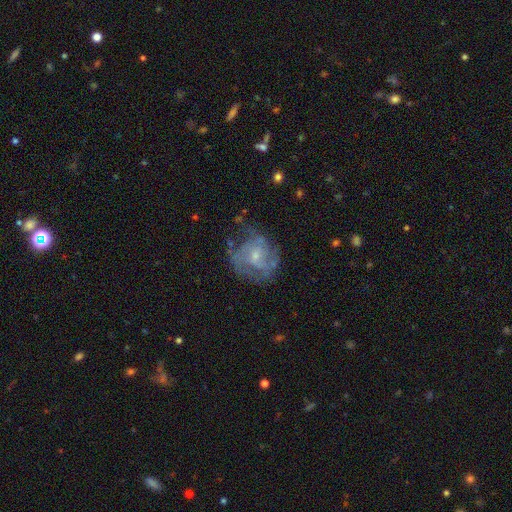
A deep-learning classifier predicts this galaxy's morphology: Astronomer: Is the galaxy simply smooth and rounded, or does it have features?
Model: featured or disk — 67%.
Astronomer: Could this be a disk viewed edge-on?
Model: no — 98%.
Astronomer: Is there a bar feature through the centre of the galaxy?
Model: no — 67%.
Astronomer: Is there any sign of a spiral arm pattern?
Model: yes — 67%.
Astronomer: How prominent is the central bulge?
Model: small — 61%.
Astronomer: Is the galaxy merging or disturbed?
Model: none — 53%.